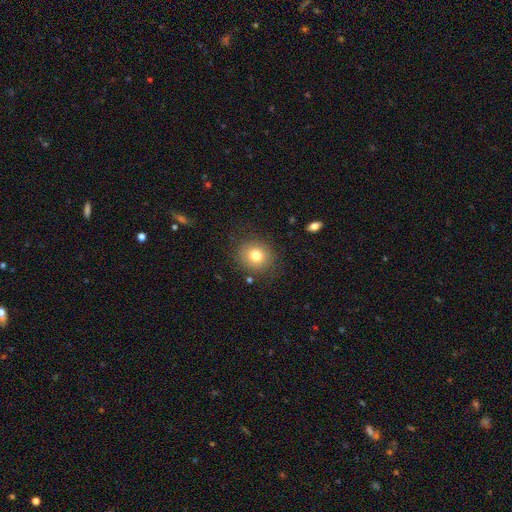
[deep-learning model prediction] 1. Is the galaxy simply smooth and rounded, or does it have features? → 78% smooth, 11% star or artifact, 11% featured or disk.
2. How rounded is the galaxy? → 79% round, 20% in between, 1% cigar-shaped.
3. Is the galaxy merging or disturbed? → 84% none, 11% minor disturbance, 4% major disturbance, 2% merger.